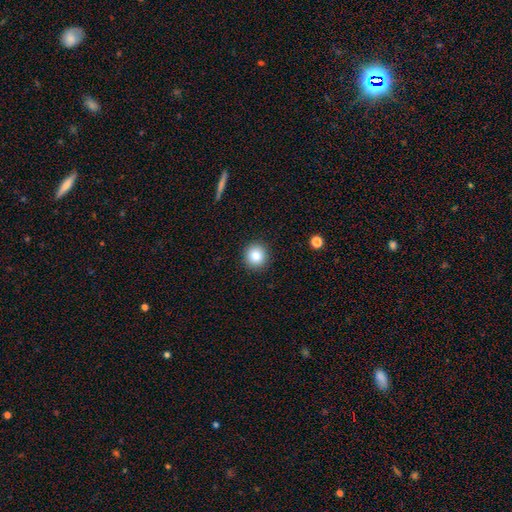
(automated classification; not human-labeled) The model was most divided on "smooth or featured": smooth: 83%, star or artifact: 10%, featured or disk: 7%. More confident: how rounded — round (94%); merging — none (92%).